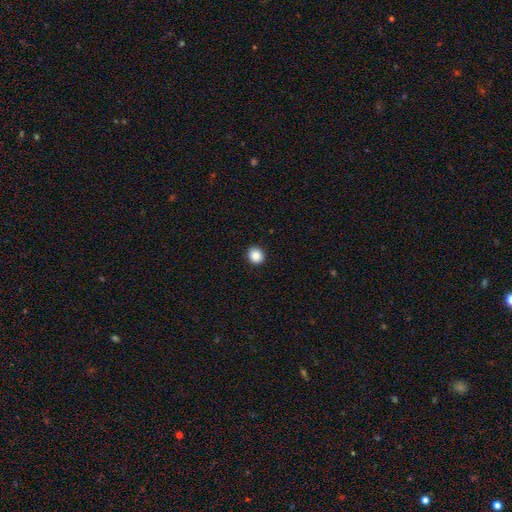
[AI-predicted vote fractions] Morphology: type=smooth (87%); roundness=round (81%); merging=none (92%).